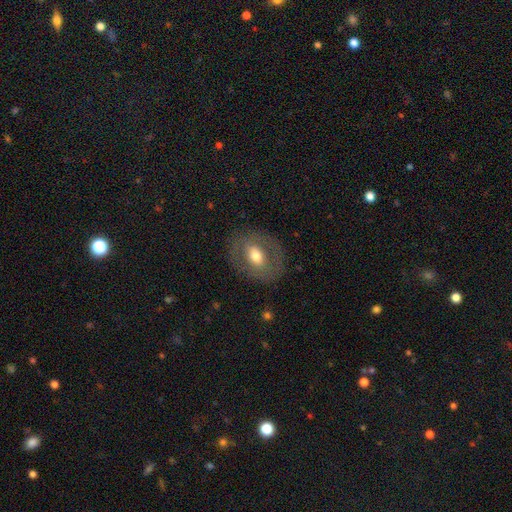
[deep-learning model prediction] smooth_or_featured: smooth (p=0.51) [alt: featured or disk p=0.42]
how_rounded: in between (p=0.65) [alt: round p=0.33]
merging: none (p=0.79) [alt: minor disturbance p=0.12]